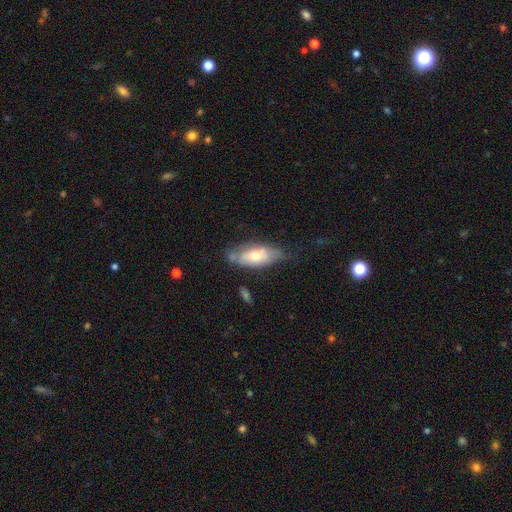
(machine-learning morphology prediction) A smooth galaxy with no disk features (51%) that is in between round and cigar-shaped (81%). Merging: none (54%).